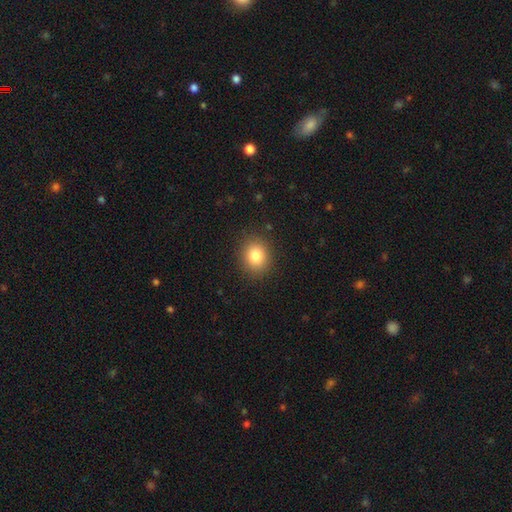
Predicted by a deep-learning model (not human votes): This appears to be a smooth galaxy with no disk features (82%) that is round (72%). Merging: none (88%).